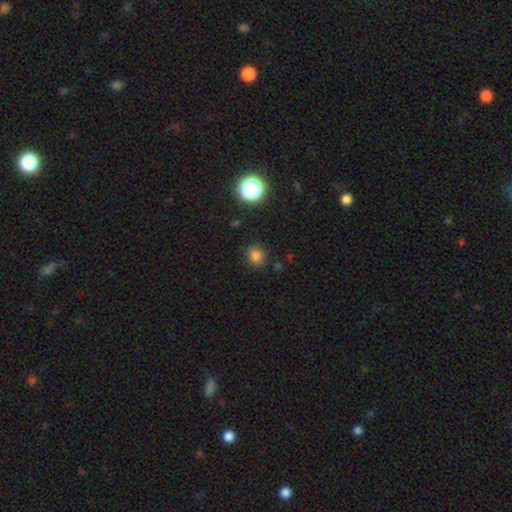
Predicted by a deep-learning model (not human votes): Smooth or featured? smooth (79%)
How rounded? round (76%)
Merging? none (85%)